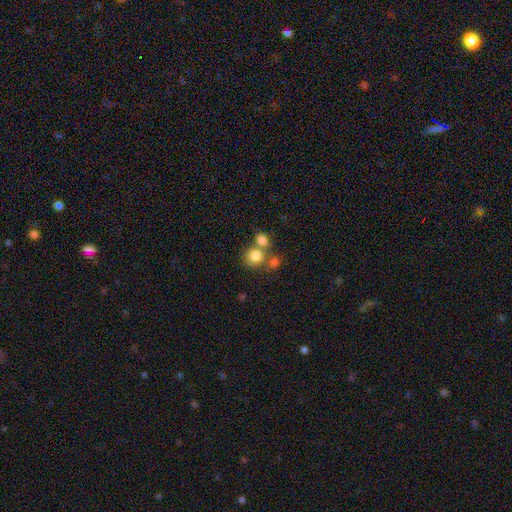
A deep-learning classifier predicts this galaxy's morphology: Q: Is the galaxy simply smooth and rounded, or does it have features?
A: smooth — 79%.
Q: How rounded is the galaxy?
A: round — 83%.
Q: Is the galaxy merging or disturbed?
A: none — 51%.